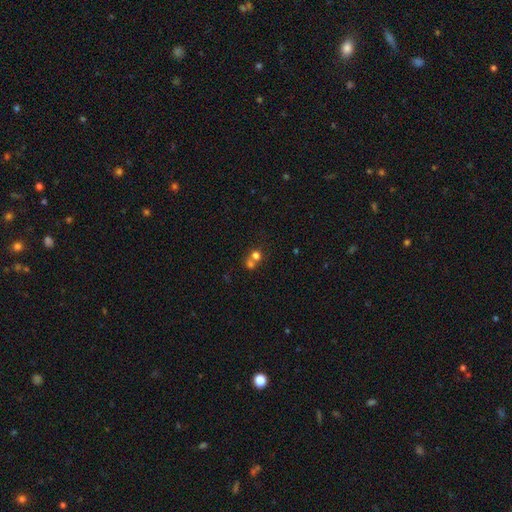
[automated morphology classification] This appears to be a smooth galaxy with no disk features (71%) that is round (82%). Merging: merger (56%).